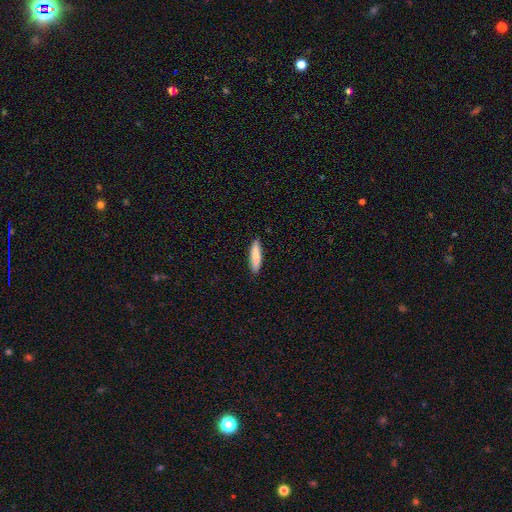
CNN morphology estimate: Overall: smooth (85%). How rounded: cigar-shaped (77%). Merging: none (89%).